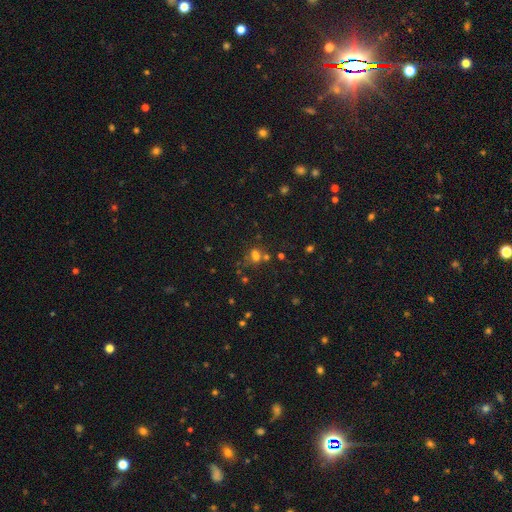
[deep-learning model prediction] Morphology: type=smooth (54%); roundness=round (64%); merging=none (43%).